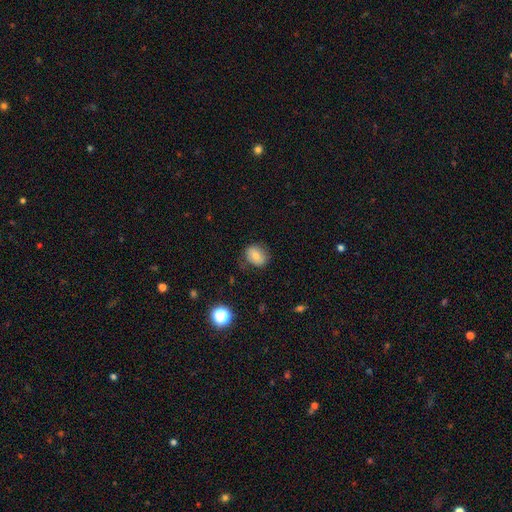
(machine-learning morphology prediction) Smooth or featured? Predicted: smooth (p=0.69). How rounded? Predicted: round (p=0.51). Merging? Predicted: none (p=0.73).